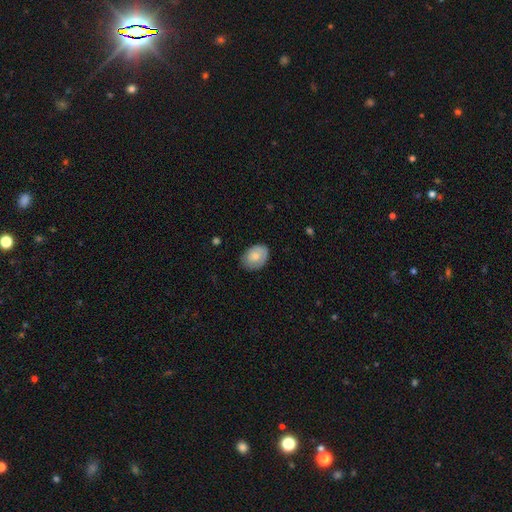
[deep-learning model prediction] This appears to be a smooth galaxy with no disk features (73%) that is in between round and cigar-shaped (74%). Merging: none (74%).